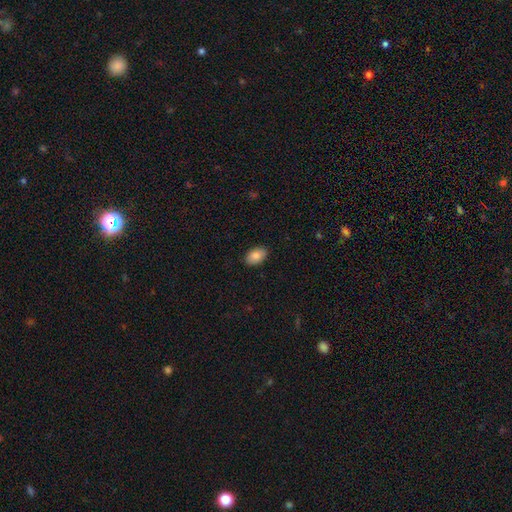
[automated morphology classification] Smooth or featured? smooth (85%)
How rounded? in between (91%)
Merging? none (89%)